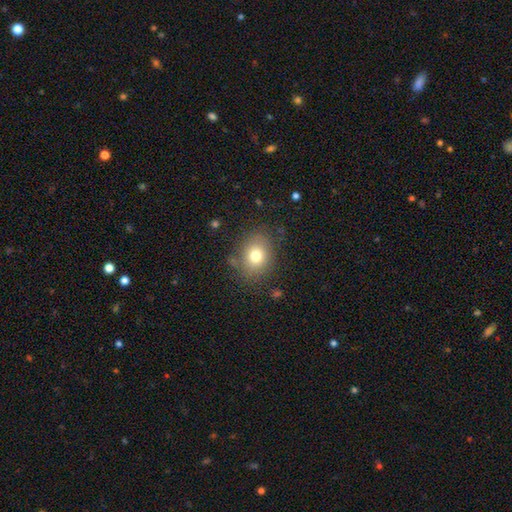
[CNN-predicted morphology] smooth-or-featured: smooth: 76% | featured or disk: 13% | star or artifact: 12%
  how-rounded: round: 52% | in between: 47% | cigar-shaped: 1%
  merging: none: 80% | minor disturbance: 13% | major disturbance: 5% | merger: 2%